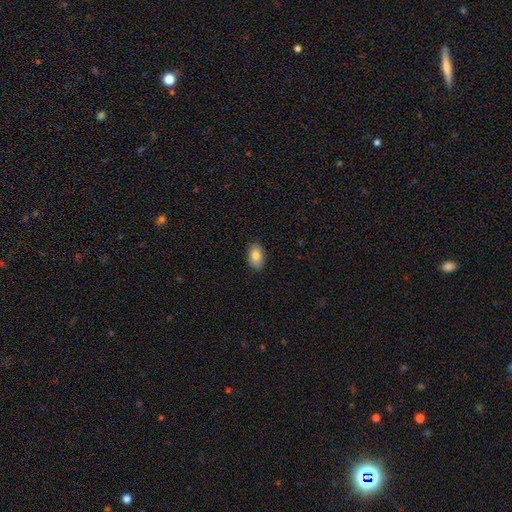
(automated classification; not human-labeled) Overall: smooth (83%). How rounded: in between (90%). Merging: none (89%).